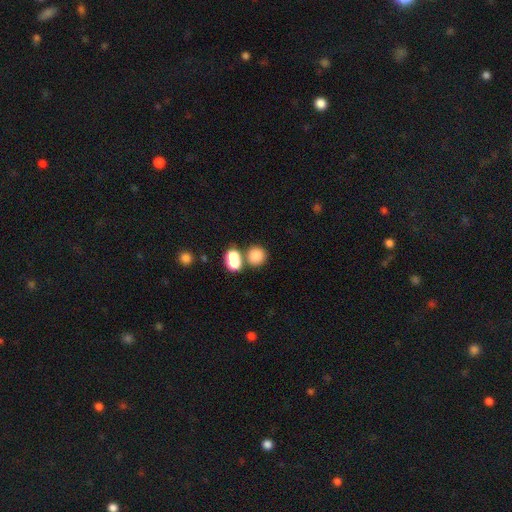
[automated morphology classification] This is clearly a smooth galaxy (81%). How rounded: clearly round (84%). Merging: possibly none (53%).